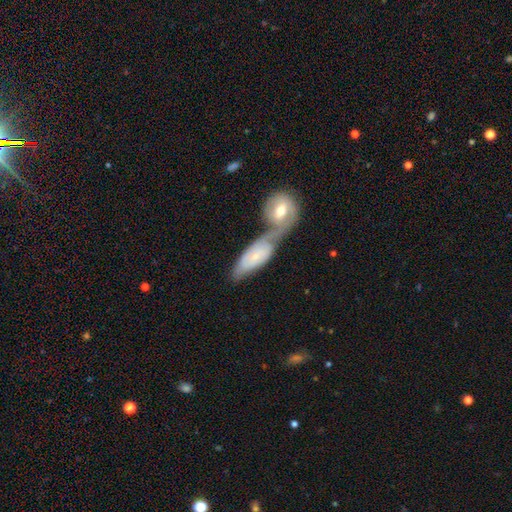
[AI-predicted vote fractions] smooth 49%, featured or disk 45%, star or artifact 6%. Down the decision tree: merging — merger (66%).